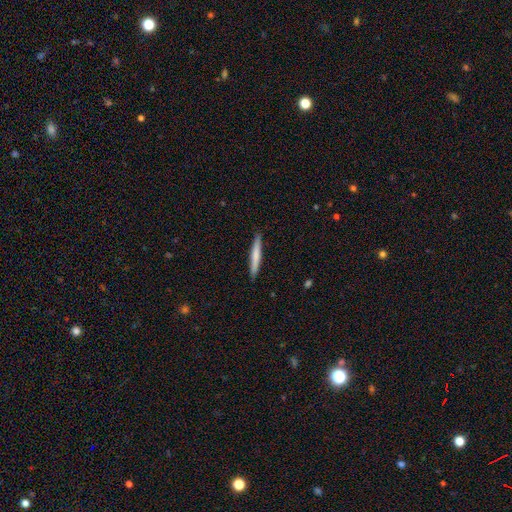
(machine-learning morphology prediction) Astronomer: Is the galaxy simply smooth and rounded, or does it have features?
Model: smooth — 68%.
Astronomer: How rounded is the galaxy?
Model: cigar-shaped — 96%.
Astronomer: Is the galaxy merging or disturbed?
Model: none — 90%.